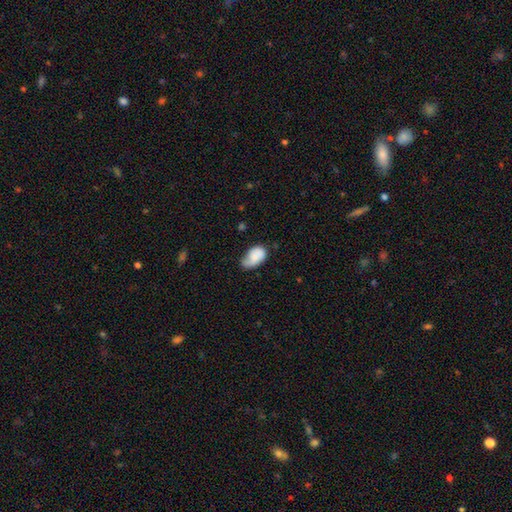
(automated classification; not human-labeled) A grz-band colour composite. It shows a smooth galaxy with no disk features (72%) that is in between round and cigar-shaped (89%). Merging: minor disturbance (40%, tied with none).